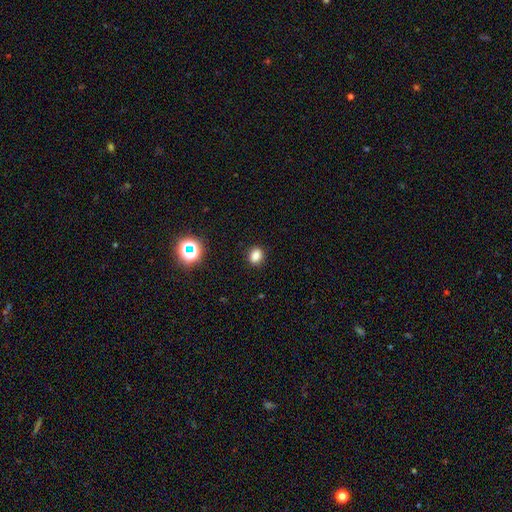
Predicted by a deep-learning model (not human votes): Q: Smooth or featured?
A: smooth (81%); runner-up: star or artifact (14%)
Q: How rounded?
A: in between (51%); runner-up: round (47%)
Q: Merging?
A: none (88%); runner-up: minor disturbance (8%)